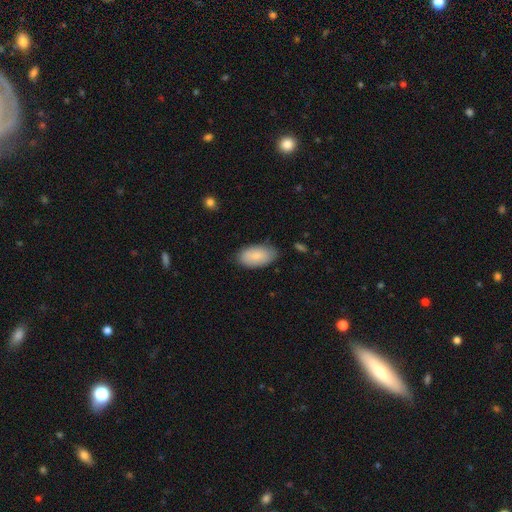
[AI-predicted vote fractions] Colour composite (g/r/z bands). It shows a smooth galaxy with no disk features (83%) that is in between round and cigar-shaped (95%). Merging: none (79%).